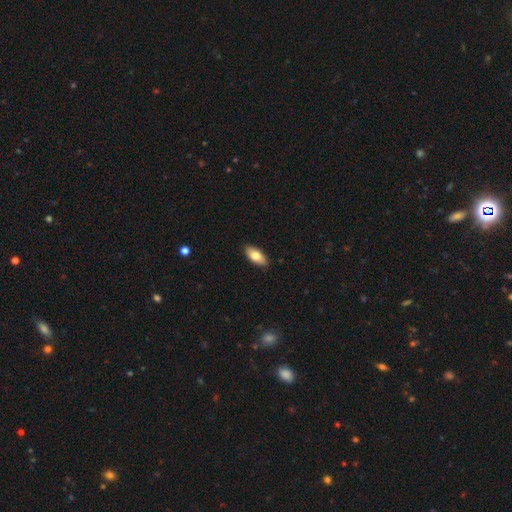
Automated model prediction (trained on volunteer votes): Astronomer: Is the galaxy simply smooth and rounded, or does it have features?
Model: smooth — 78%.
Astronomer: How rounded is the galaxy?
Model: in between — 90%.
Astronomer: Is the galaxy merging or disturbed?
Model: none — 89%.